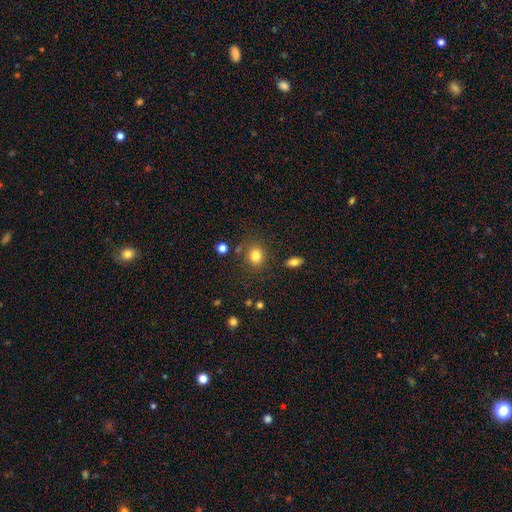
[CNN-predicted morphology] The model was most divided on "how rounded": round: 71%, in between: 28%, cigar-shaped: 1%. More confident: smooth or featured — smooth (82%); merging — none (80%).